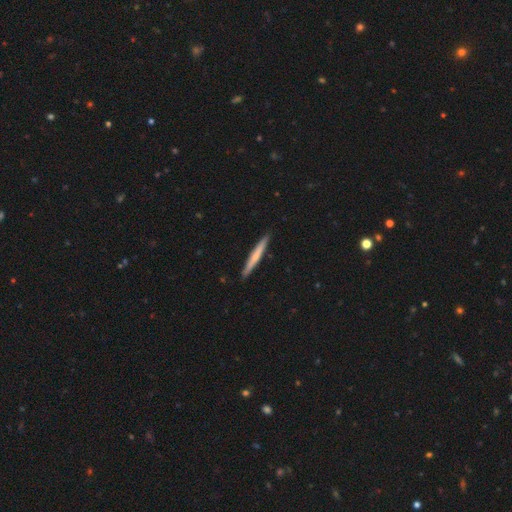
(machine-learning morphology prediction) smooth_or_featured: smooth (p=0.59) [alt: featured or disk p=0.36]
how_rounded: cigar-shaped (p=0.96) [alt: in between p=0.02]
merging: none (p=0.92) [alt: minor disturbance p=0.06]